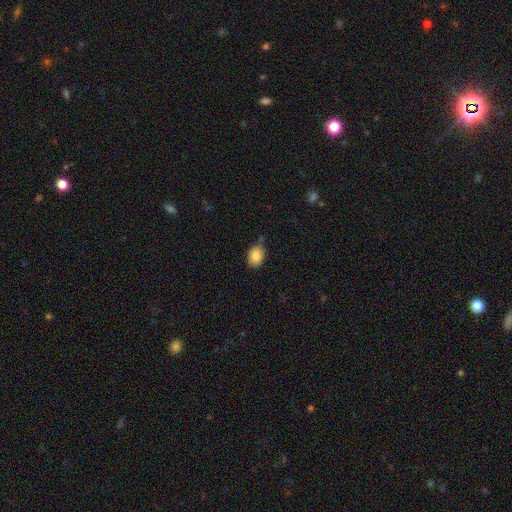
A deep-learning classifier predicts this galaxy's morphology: This appears to be a smooth galaxy with no disk features (85%) that is in between round and cigar-shaped (68%). Merging: none (67%).